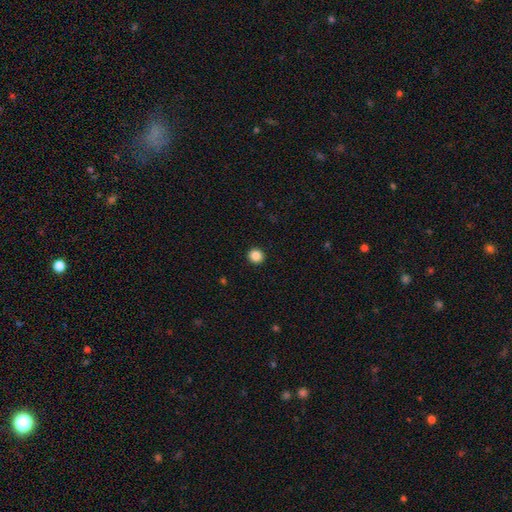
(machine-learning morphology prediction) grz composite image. It shows a smooth galaxy with no disk features (87%) that is round (90%). Merging: none (93%).